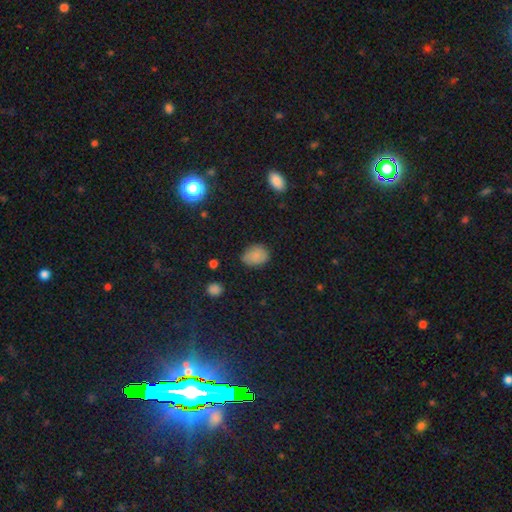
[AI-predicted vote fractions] Smooth or featured?
  - smooth: 82% *
  - star or artifact: 11%
  - featured or disk: 7%
How rounded?
  - in between: 61% *
  - round: 38%
  - cigar-shaped: 1%
Merging?
  - none: 75% *
  - minor disturbance: 20%
  - major disturbance: 4%
  - merger: 2%